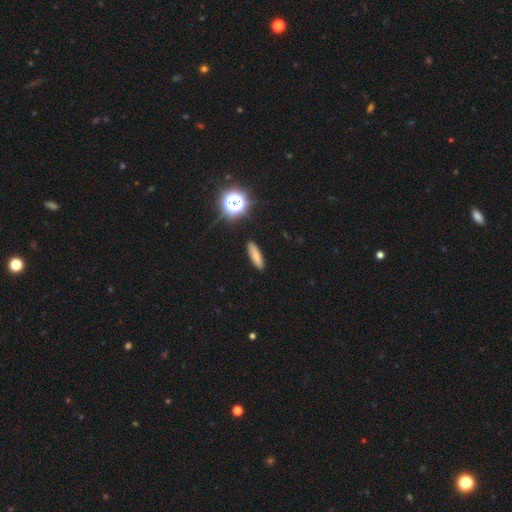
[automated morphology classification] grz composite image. It shows a smooth galaxy with no disk features (76%) that is cigar-shaped (61%). Merging: none (89%).